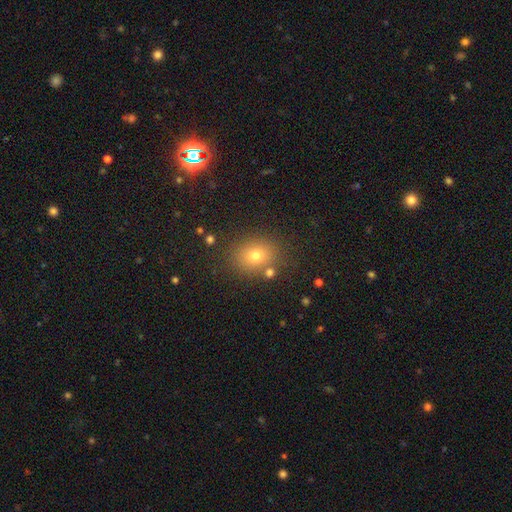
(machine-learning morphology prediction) A smooth galaxy with no disk features (72%) that is round (60%). Merging: none (81%).